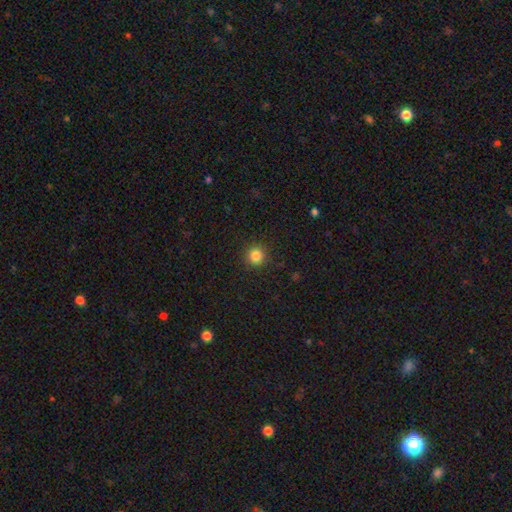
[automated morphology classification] smooth 84%, star or artifact 12%, featured or disk 5%. Down the decision tree: how rounded — round (94%); merging — none (91%).